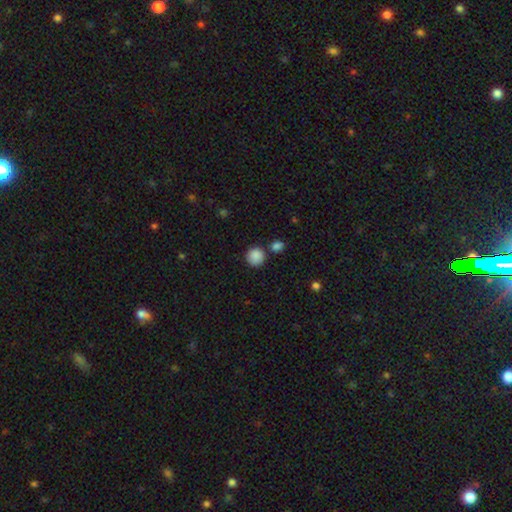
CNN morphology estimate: Q: Smooth or featured?
A: smooth (87%); runner-up: star or artifact (9%)
Q: How rounded?
A: round (92%); runner-up: in between (7%)
Q: Merging?
A: none (78%); runner-up: merger (10%)